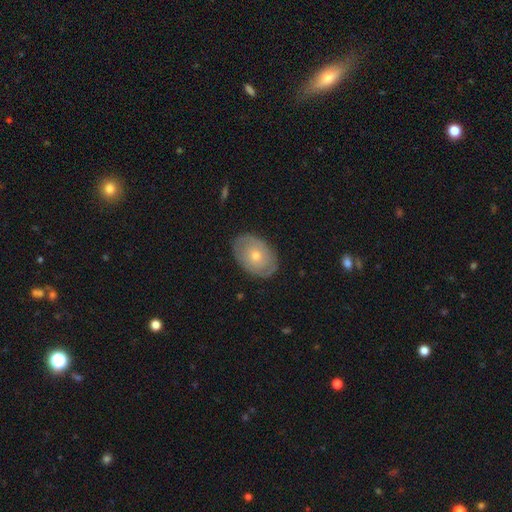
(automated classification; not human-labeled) smooth-or-featured: featured or disk: 54% | smooth: 39% | star or artifact: 7%
  disk-edge-on: no: 93% | yes: 7%
    bar: no: 88% | weak: 10% | strong: 2%
    has-spiral-arms: yes: 51% | no: 49%
    bulge-size: small: 50% | moderate: 46% | large: 2% | none: 1% | dominant: 1%
  merging: none: 84% | minor disturbance: 12% | major disturbance: 3% | merger: 1%